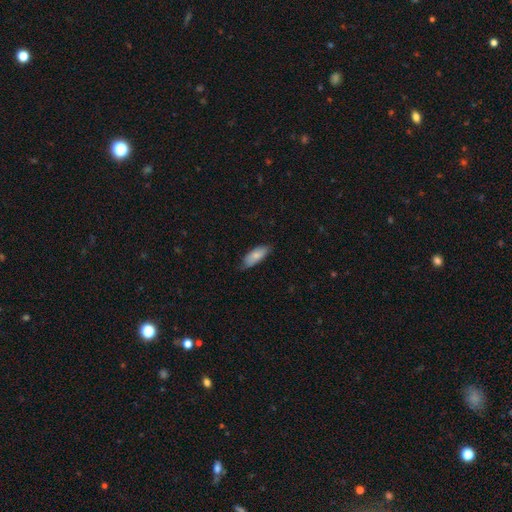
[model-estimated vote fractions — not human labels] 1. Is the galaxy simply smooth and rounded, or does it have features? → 79% smooth, 15% featured or disk, 6% star or artifact.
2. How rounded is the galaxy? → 77% in between, 21% cigar-shaped, 2% round.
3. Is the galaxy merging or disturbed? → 73% none, 23% minor disturbance, 3% major disturbance, 1% merger.